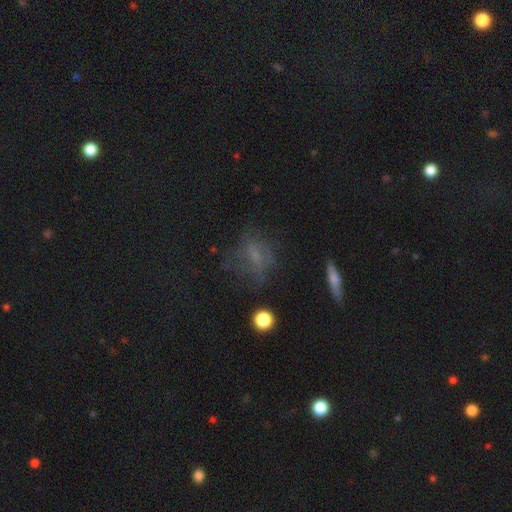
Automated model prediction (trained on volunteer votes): Smooth or featured? Predicted: smooth (p=0.42). Merging? Predicted: none (p=0.57).